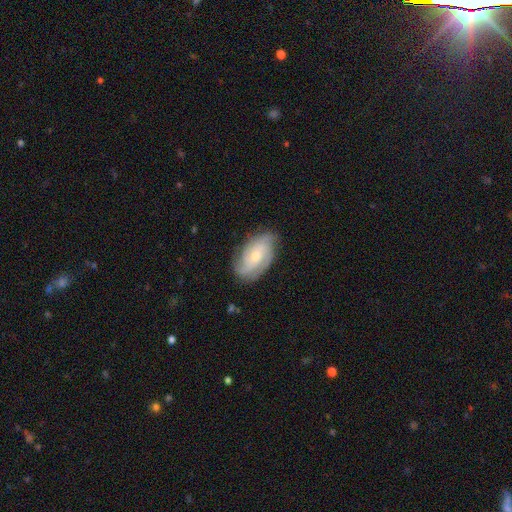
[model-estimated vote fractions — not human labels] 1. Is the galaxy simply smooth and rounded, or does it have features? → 78% featured or disk, 16% smooth, 6% star or artifact.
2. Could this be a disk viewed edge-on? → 96% no, 4% yes.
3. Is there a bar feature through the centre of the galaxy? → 69% no, 26% weak, 5% strong.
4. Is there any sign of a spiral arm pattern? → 95% yes, 5% no.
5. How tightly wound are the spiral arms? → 53% tight, 36% medium, 11% loose.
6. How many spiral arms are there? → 37% 3, 23% can't tell, 20% 2, 12% 4, 5% 1, 4% more than 4.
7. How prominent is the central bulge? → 60% small, 36% moderate, 1% large, 1% none, 1% dominant.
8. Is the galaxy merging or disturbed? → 76% none, 18% minor disturbance, 5% major disturbance, 1% merger.